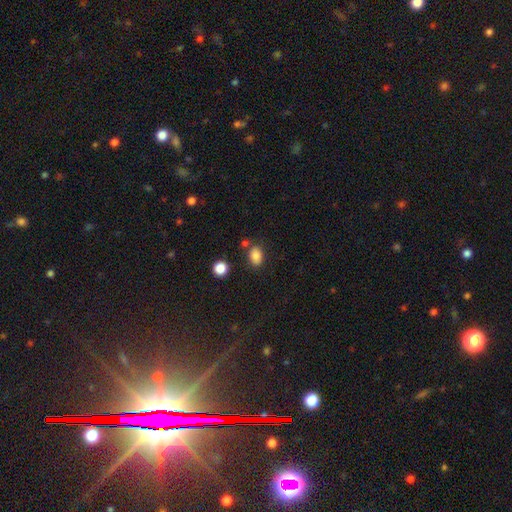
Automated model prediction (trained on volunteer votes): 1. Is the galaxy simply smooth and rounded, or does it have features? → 83% smooth, 10% star or artifact, 6% featured or disk.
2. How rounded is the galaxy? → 77% in between, 22% round, 1% cigar-shaped.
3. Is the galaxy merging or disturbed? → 75% none, 13% minor disturbance, 9% merger, 4% major disturbance.